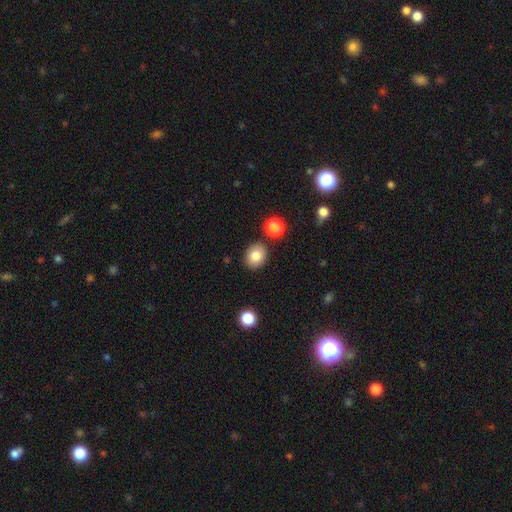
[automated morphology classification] Smooth or featured? smooth (82%)
How rounded? round (58%)
Merging? none (85%)